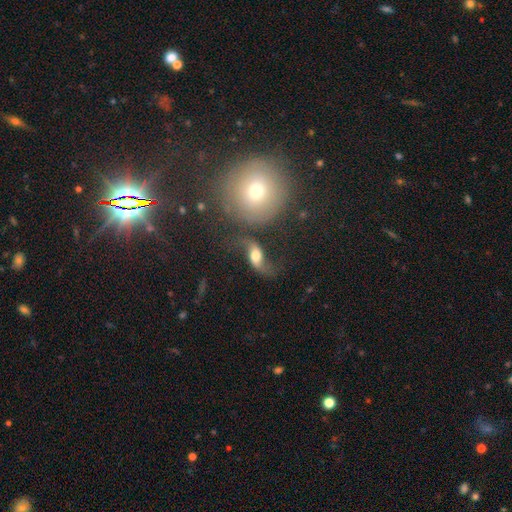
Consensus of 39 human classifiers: A featured or disk galaxy (74%) with a weak bar (48%), 2 (96%) loose (96%) spiral arms (90%) and a moderate central bulge (48%).

Vote fractions:
- Smooth or featured? featured or disk: 74% / smooth: 15% / star or artifact: 10%
- Edge-on disk? no: 100% / yes: 0%
- Bar? weak: 48% / no: 45% / strong: 7%
- Spiral arms? yes: 90% / no: 10%
- Spiral winding? loose: 96% / medium: 4% / tight: 0%
- Spiral arm count? 2: 96% / 1: 4% / 3: 0% / 4: 0% / more than 4: 0% / can't tell: 0%
- Bulge size? moderate: 48% / large: 41% / small: 7% / none: 3% / dominant: 0%
- Merging? none: 57% / major disturbance: 20% / minor disturbance: 14% / merger: 9%